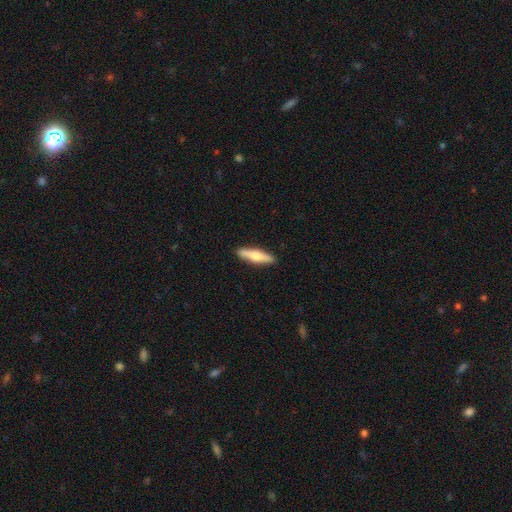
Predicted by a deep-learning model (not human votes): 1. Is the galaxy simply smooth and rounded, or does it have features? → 56% smooth, 38% featured or disk, 5% star or artifact.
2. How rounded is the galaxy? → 79% cigar-shaped, 20% in between, 2% round.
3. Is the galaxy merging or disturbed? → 90% none, 7% minor disturbance, 1% major disturbance, 1% merger.